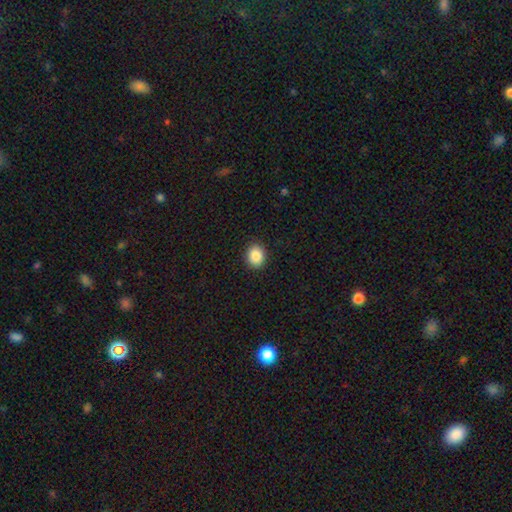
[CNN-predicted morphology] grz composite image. It shows a smooth galaxy with no disk features (87%) that is round (60%). Merging: none (91%).